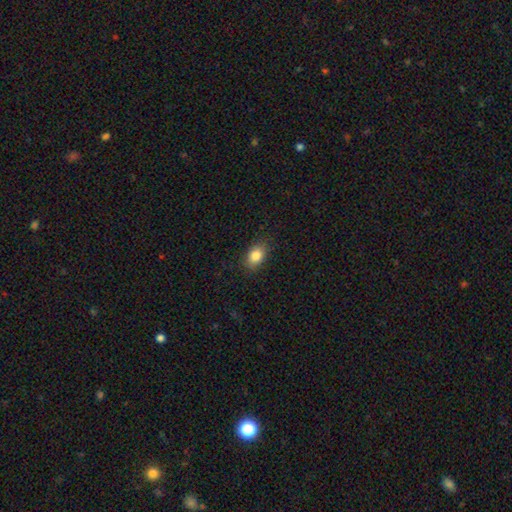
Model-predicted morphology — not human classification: type=smooth (85%); roundness=in between (81%); merging=none (85%).